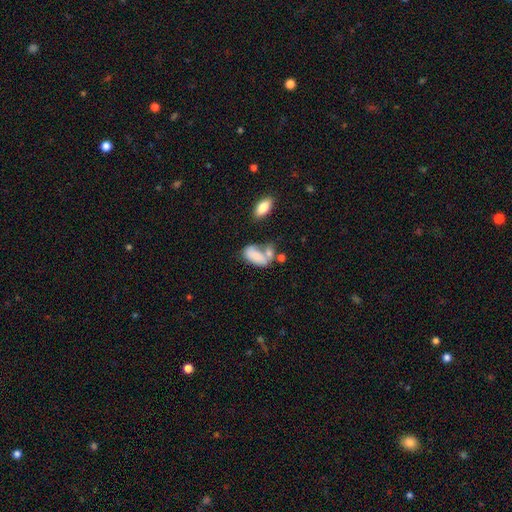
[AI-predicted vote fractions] This is likely a smooth galaxy (74%). How rounded: clearly in between (89%). Merging: marginally merger (37%).